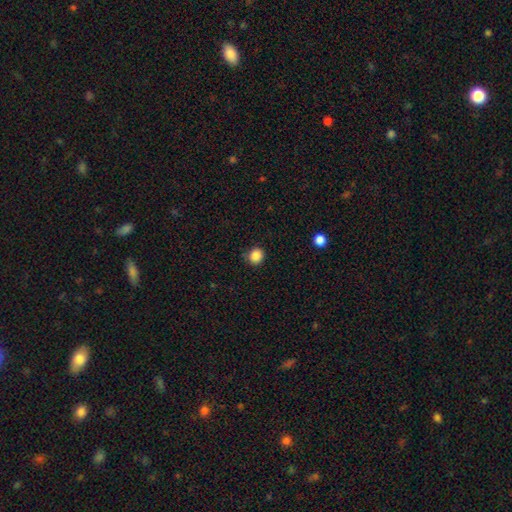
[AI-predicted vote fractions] Q: Smooth or featured?
A: smooth (86%); runner-up: star or artifact (11%)
Q: How rounded?
A: round (88%); runner-up: in between (11%)
Q: Merging?
A: none (87%); runner-up: minor disturbance (9%)